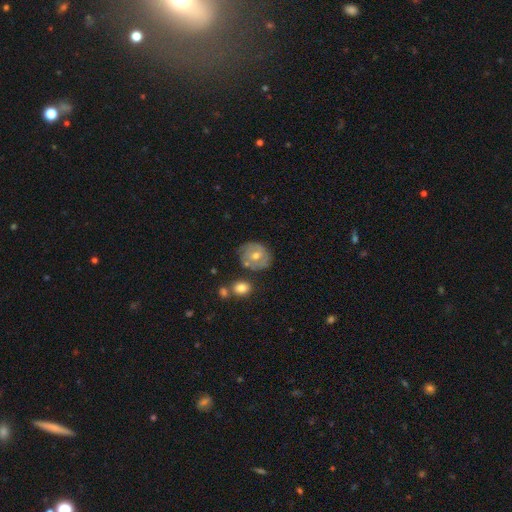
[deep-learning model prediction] Overall: featured or disk (54%; smooth 38%). Edge-on disk: no (96%). Bar: no (61%; weak 31%). Spiral arms: yes (55%; no 45%). Bulge size: moderate (73%). Merging: none (65%).